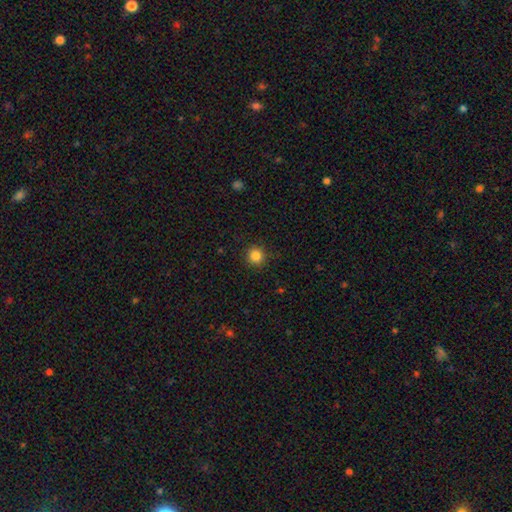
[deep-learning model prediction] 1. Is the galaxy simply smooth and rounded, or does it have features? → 84% smooth, 12% star or artifact, 4% featured or disk.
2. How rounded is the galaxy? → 93% round, 6% in between, 1% cigar-shaped.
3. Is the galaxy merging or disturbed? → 91% none, 6% minor disturbance, 2% major disturbance, 1% merger.